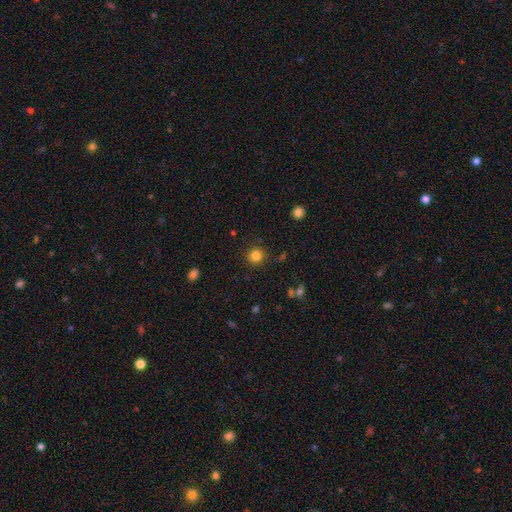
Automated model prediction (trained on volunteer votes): smooth-or-featured: smooth: 83% | star or artifact: 12% | featured or disk: 5%
  how-rounded: round: 94% | in between: 6% | cigar-shaped: 1%
  merging: none: 89% | minor disturbance: 7% | major disturbance: 3% | merger: 2%